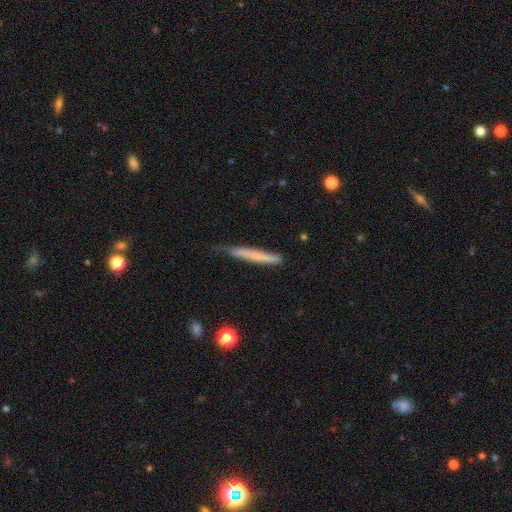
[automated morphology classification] smooth_or_featured: smooth (p=0.60) [alt: featured or disk p=0.33]
how_rounded: cigar-shaped (p=0.96) [alt: in between p=0.03]
merging: none (p=0.61) [alt: minor disturbance p=0.31]